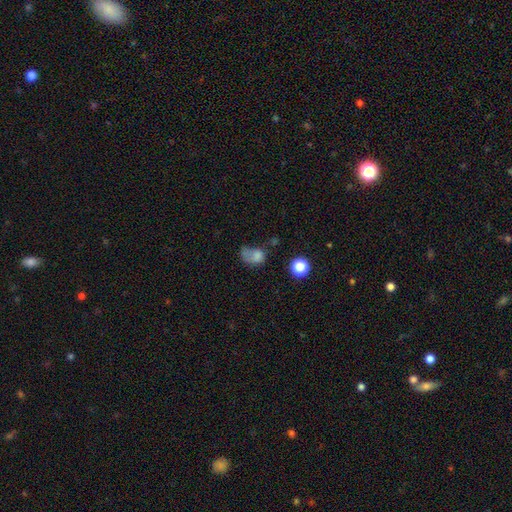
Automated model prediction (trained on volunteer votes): A smooth galaxy with no disk features (68%) that is in between round and cigar-shaped (64%). Merging: major disturbance (39%).